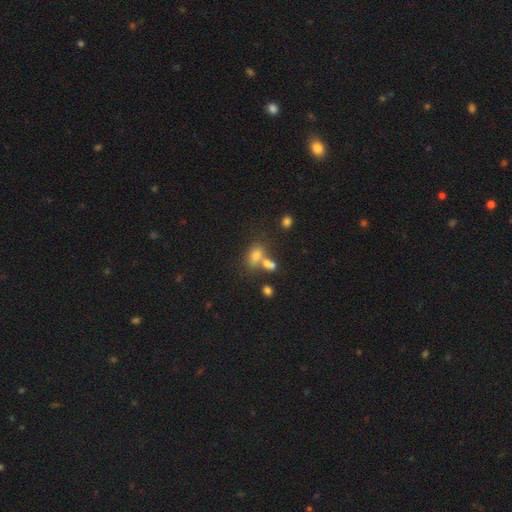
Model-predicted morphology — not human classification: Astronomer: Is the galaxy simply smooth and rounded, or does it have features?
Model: smooth — 72%.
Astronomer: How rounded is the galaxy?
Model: in between — 78%.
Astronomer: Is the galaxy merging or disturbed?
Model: merger — 42% (runner-up: none, 40%).